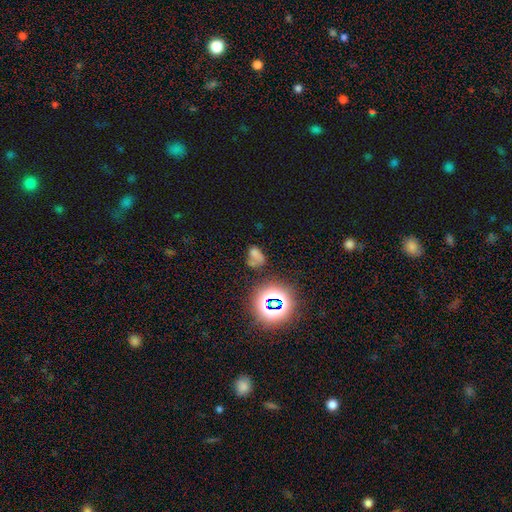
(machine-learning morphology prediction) Smooth or featured? smooth (51%)
How rounded? in between (69%)
Merging? none (36%)